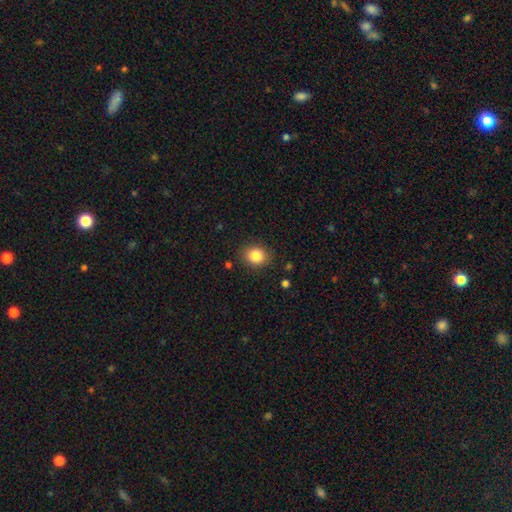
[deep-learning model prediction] Smooth or featured? Predicted: smooth (p=0.84). How rounded? Predicted: round (p=0.68). Merging? Predicted: none (p=0.88).